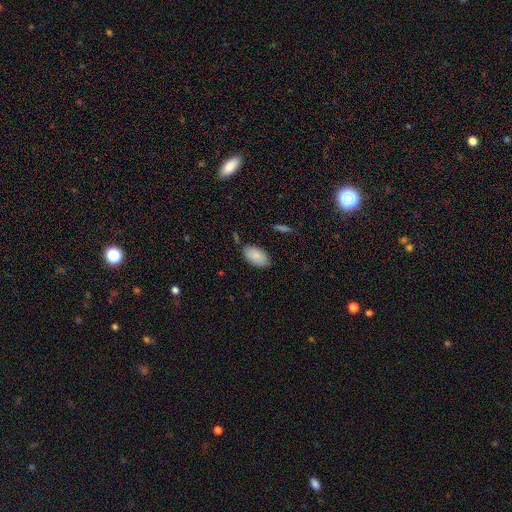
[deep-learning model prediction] Smooth or featured? smooth (88%)
How rounded? in between (95%)
Merging? none (78%)